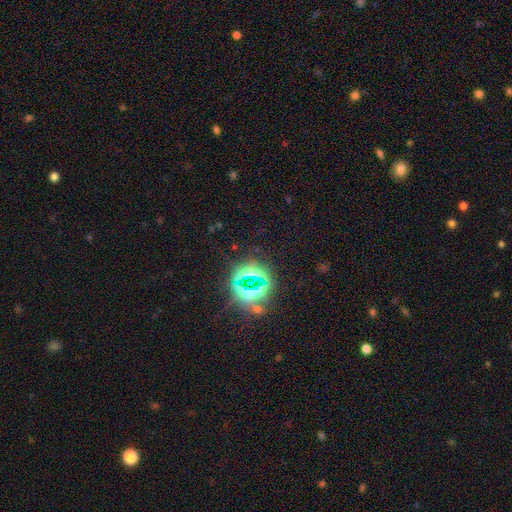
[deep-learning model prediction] A star or artifact, not a galaxy (83%).